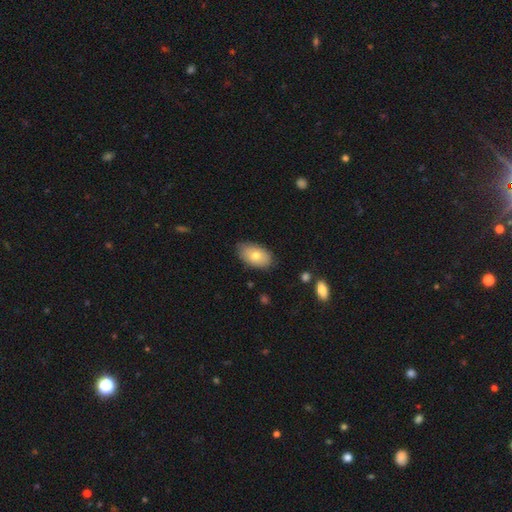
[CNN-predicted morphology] Smooth or featured: smooth — 74% (featured or disk — 19%)
How rounded: in between — 92% (round — 6%)
Merging: none — 77% (minor disturbance — 18%)